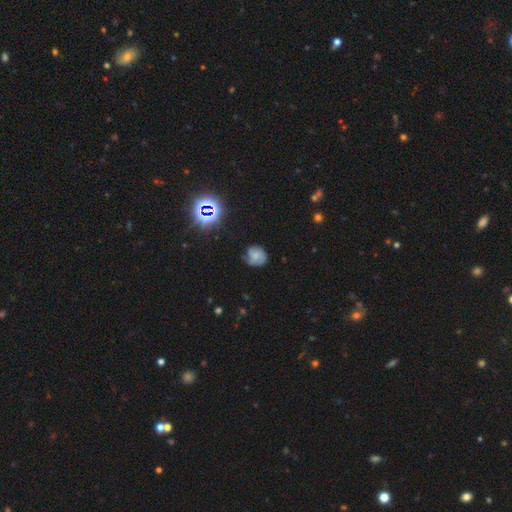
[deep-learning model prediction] Morphology: type=featured or disk (53%); edge-on=no (97%); bar=no (75%); spiral arms=yes (86%); bulge=small (46%); merging=none (61%).